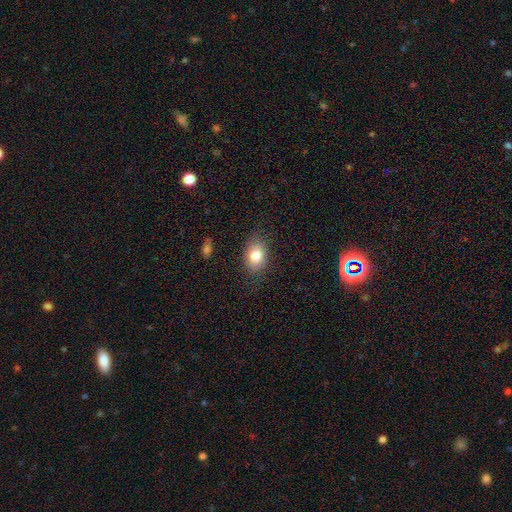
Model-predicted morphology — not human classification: smooth 81%, featured or disk 10%, star or artifact 9%. Down the decision tree: how rounded — in between (74%); merging — none (78%).